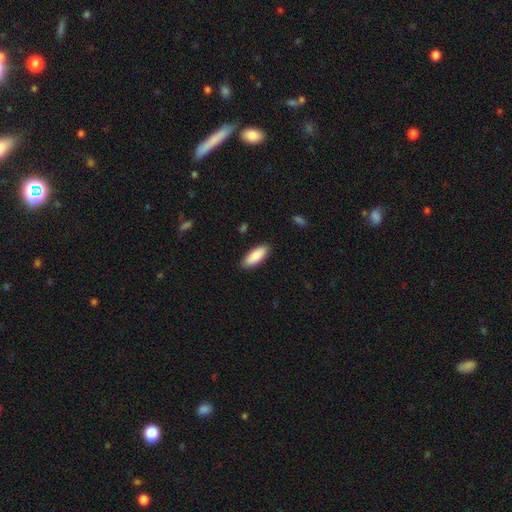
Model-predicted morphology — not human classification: A smooth galaxy with no disk features (87%) that is in between round and cigar-shaped (78%). Merging: none (87%).